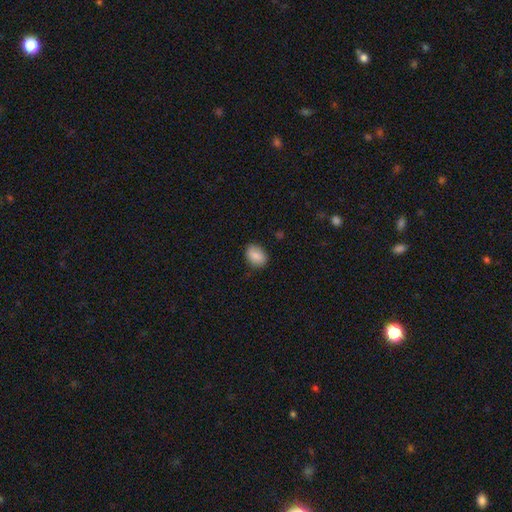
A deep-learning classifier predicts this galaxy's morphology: Smooth or featured?
  - smooth: 87% *
  - star or artifact: 7%
  - featured or disk: 6%
How rounded?
  - in between: 77% *
  - round: 22%
  - cigar-shaped: 1%
Merging?
  - none: 86% *
  - minor disturbance: 11%
  - major disturbance: 2%
  - merger: 1%